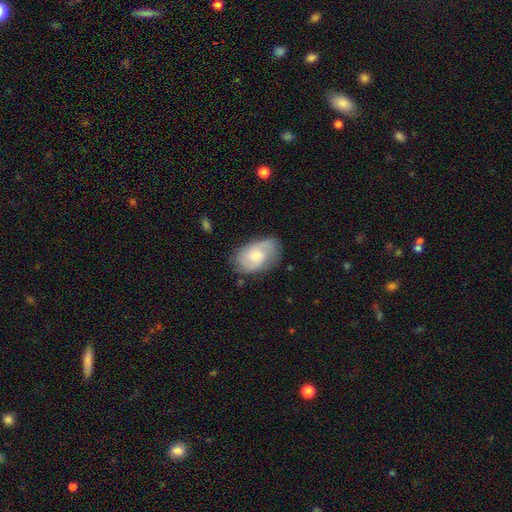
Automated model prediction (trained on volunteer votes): Morphology: type=featured or disk (62%); edge-on=no (96%); bar=no (60%); spiral arms=yes (91%); winding=medium (47%); arm count=2 (69%); bulge=moderate (48%); merging=none (71%).